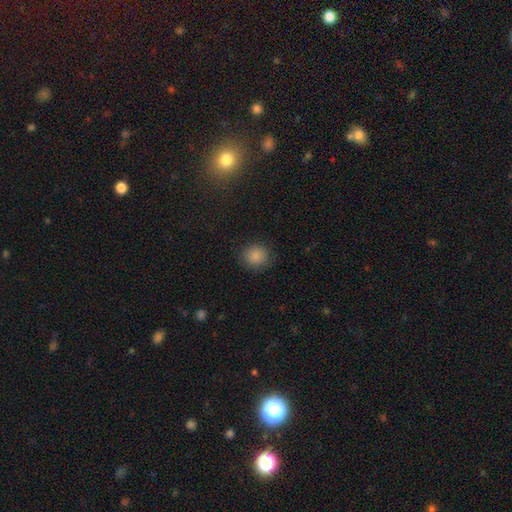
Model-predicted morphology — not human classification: Q: Smooth or featured?
A: smooth (86%); runner-up: star or artifact (10%)
Q: How rounded?
A: round (85%); runner-up: in between (14%)
Q: Merging?
A: none (87%); runner-up: minor disturbance (9%)